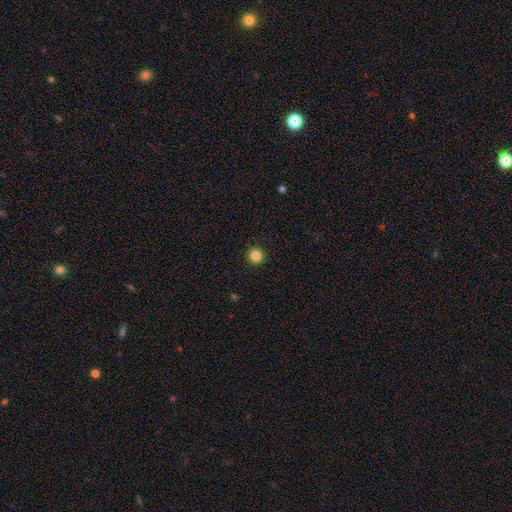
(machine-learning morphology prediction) Smooth or featured? smooth (84%)
How rounded? round (94%)
Merging? none (92%)